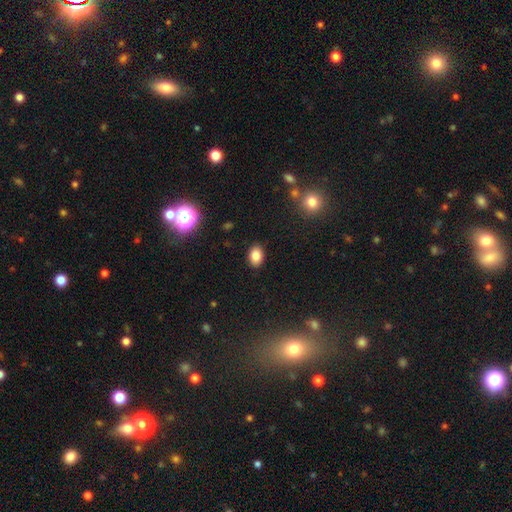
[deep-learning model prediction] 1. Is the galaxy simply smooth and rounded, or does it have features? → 84% smooth, 10% star or artifact, 6% featured or disk.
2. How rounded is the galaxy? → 80% in between, 19% round, 1% cigar-shaped.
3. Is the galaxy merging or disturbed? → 89% none, 8% minor disturbance, 2% major disturbance, 1% merger.